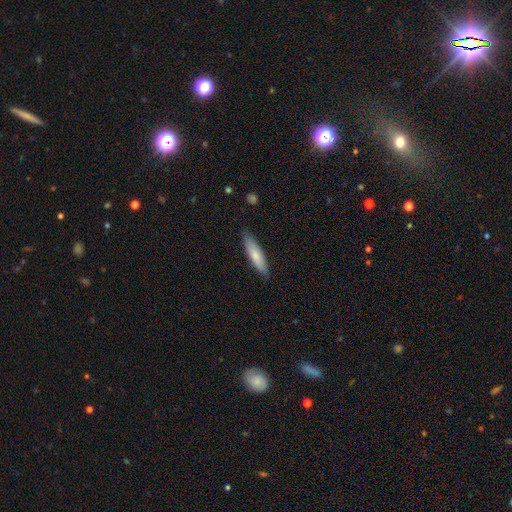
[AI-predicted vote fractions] This is likely a smooth galaxy (76%). How rounded: likely cigar-shaped (72%). Merging: clearly none (84%).